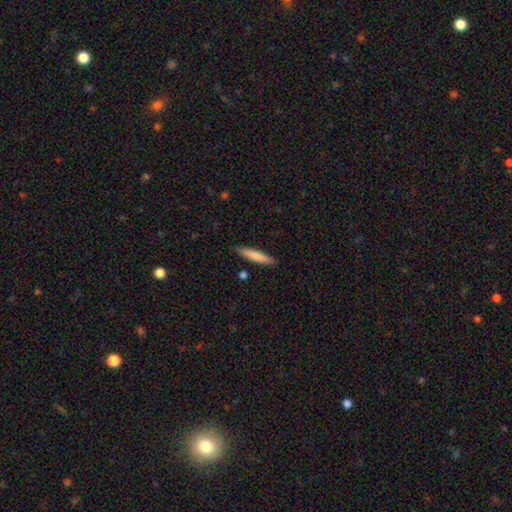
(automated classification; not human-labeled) Smooth or featured? smooth (78%)
How rounded? cigar-shaped (87%)
Merging? none (87%)